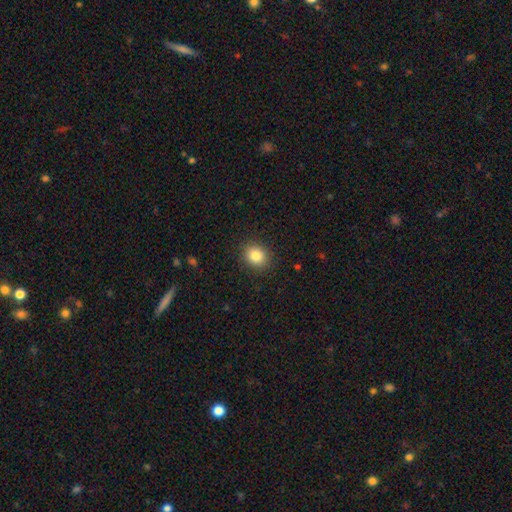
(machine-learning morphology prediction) smooth 84%, star or artifact 10%, featured or disk 6%. Down the decision tree: how rounded — round (68%); merging — none (90%).